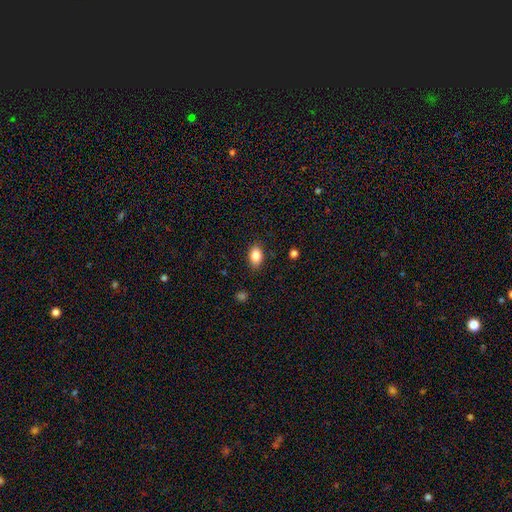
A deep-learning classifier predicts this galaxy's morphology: The model was most divided on "how rounded": in between: 84%, round: 15%, cigar-shaped: 1%. More confident: smooth or featured — smooth (86%); merging — none (86%).